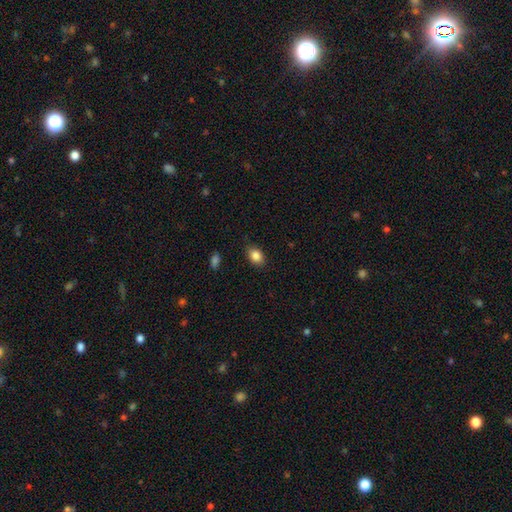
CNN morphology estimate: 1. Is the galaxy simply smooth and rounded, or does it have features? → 85% smooth, 9% star or artifact, 6% featured or disk.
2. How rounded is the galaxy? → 75% in between, 24% round, 1% cigar-shaped.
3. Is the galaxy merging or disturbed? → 85% none, 11% minor disturbance, 3% major disturbance, 1% merger.